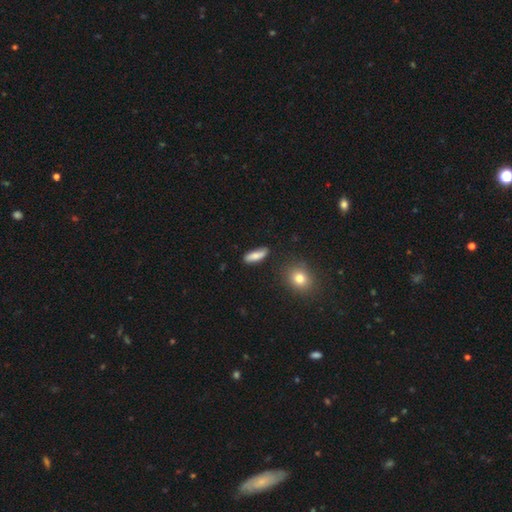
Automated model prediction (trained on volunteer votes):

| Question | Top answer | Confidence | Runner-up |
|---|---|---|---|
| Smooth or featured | smooth | 80% | featured or disk (12%) |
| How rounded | cigar-shaped | 49% | in between (48%) |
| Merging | none | 77% | minor disturbance (17%) |